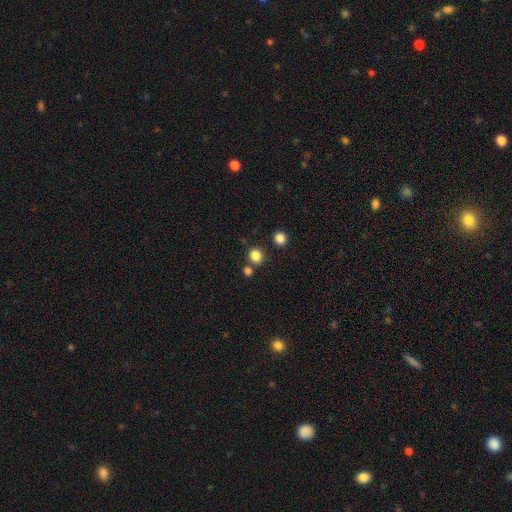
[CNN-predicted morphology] Q: Smooth or featured?
A: smooth (84%); runner-up: star or artifact (12%)
Q: How rounded?
A: round (83%); runner-up: in between (16%)
Q: Merging?
A: none (75%); runner-up: merger (15%)